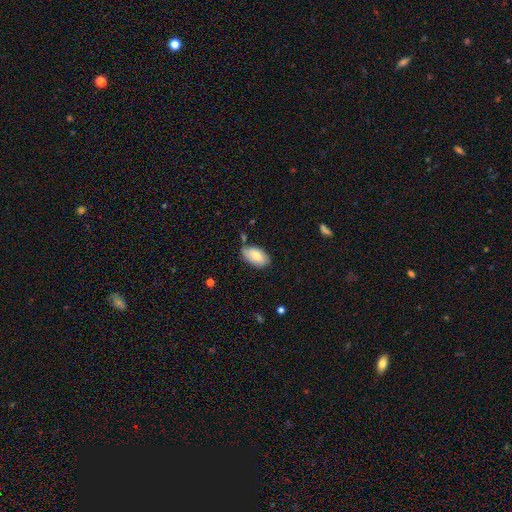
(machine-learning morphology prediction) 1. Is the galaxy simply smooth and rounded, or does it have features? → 77% smooth, 16% featured or disk, 7% star or artifact.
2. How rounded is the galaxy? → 94% in between, 3% round, 2% cigar-shaped.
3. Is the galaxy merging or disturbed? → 71% none, 22% minor disturbance, 4% major disturbance, 4% merger.